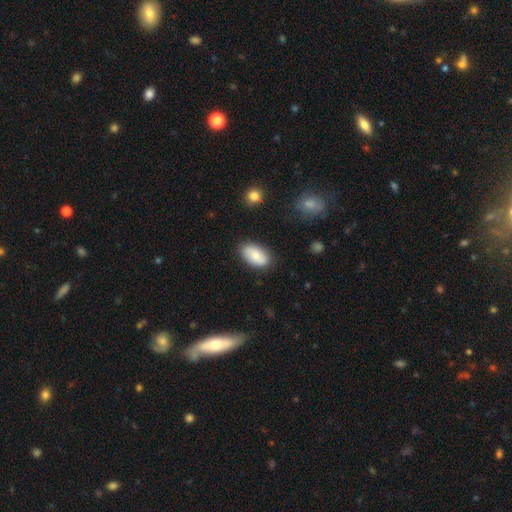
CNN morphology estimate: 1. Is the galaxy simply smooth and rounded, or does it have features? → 77% smooth, 16% featured or disk, 6% star or artifact.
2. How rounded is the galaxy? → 94% in between, 4% round, 2% cigar-shaped.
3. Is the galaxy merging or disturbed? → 83% none, 12% minor disturbance, 3% major disturbance, 2% merger.